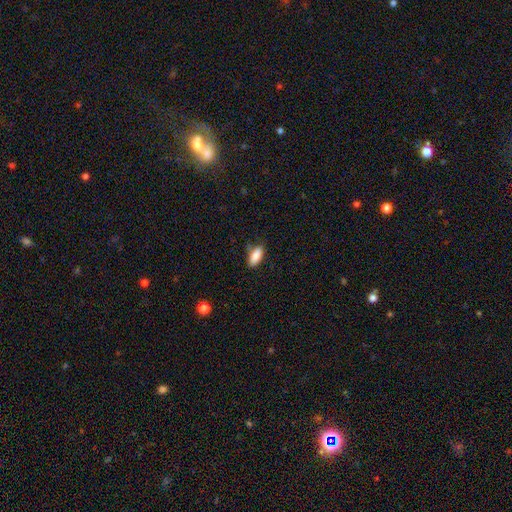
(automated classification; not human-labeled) Smooth or featured: smooth — 86% (star or artifact — 7%)
How rounded: in between — 82% (cigar-shaped — 16%)
Merging: none — 73% (minor disturbance — 20%)